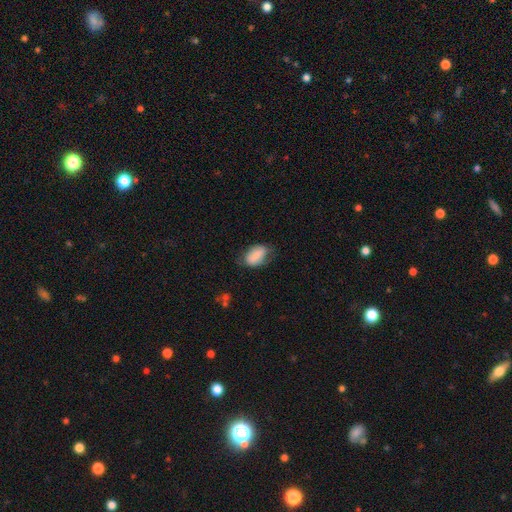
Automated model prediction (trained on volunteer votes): Overall: smooth (77%). How rounded: in between (89%). Merging: none (54%; minor disturbance 32%).